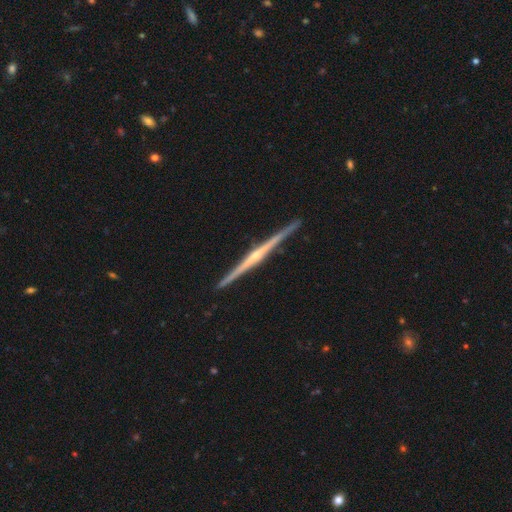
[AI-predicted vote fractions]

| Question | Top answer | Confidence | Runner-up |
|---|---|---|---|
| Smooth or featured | featured or disk | 86% | smooth (9%) |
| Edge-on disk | yes | 99% | no (1%) |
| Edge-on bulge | rounded | 69% | none (23%) |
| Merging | none | 92% | minor disturbance (6%) |